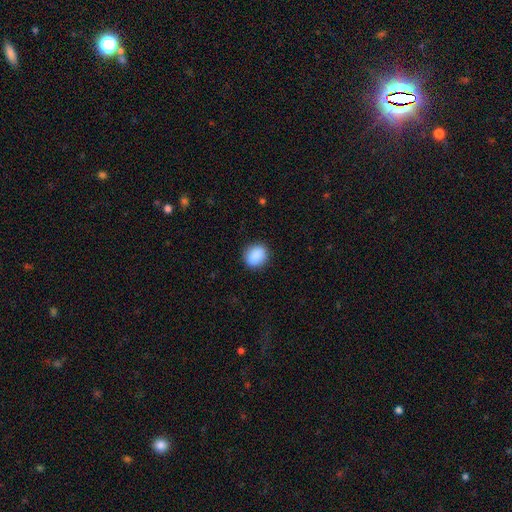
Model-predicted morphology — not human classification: type=smooth (89%); roundness=round (58%); merging=none (87%).